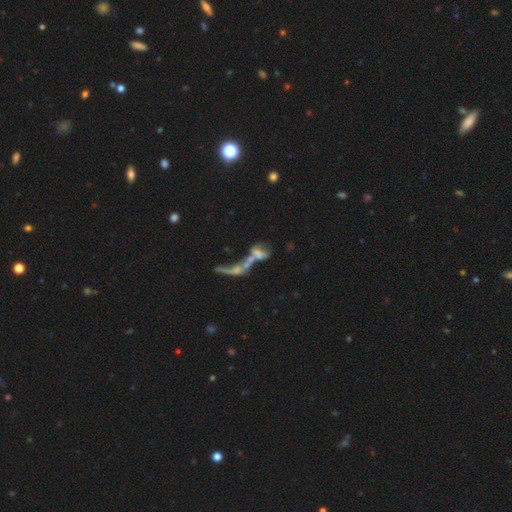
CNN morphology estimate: type=featured or disk (53%); edge-on=no (91%); merging=merger (62%).